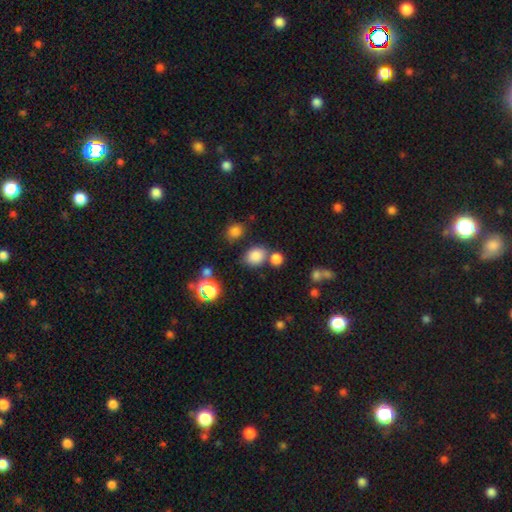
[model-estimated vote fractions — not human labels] This is clearly a smooth galaxy (81%). How rounded: possibly round (50%). Merging: likely none (66%).